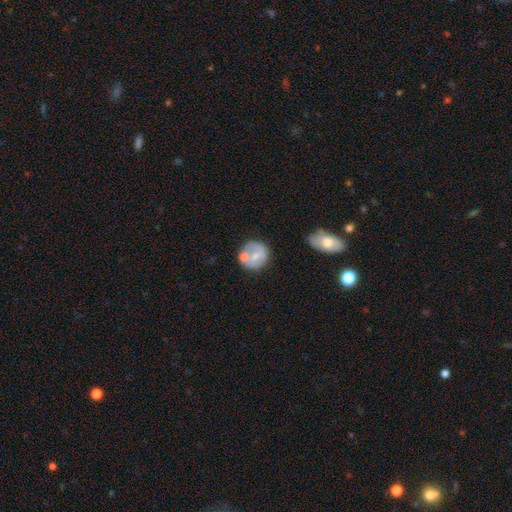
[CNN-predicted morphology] Overall: smooth (55%; featured or disk 38%). How rounded: round (88%). Merging: none (56%; merger 21%).